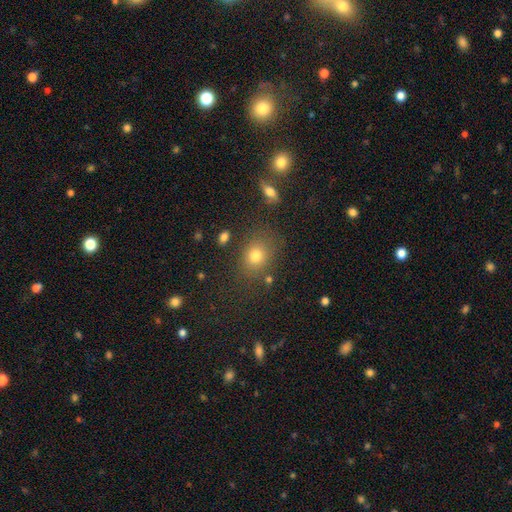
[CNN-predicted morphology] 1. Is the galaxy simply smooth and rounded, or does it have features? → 75% smooth, 15% star or artifact, 10% featured or disk.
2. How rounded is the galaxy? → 50% round, 49% in between, 1% cigar-shaped.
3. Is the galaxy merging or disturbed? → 76% none, 13% minor disturbance, 6% major disturbance, 5% merger.